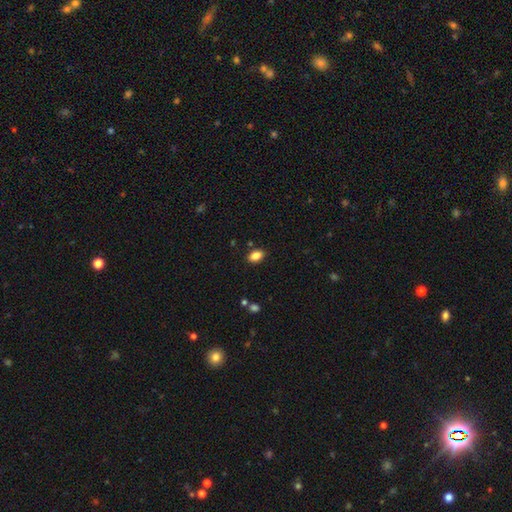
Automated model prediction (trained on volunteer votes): Smooth or featured? Predicted: smooth (p=0.86). How rounded? Predicted: in between (p=0.87). Merging? Predicted: none (p=0.87).